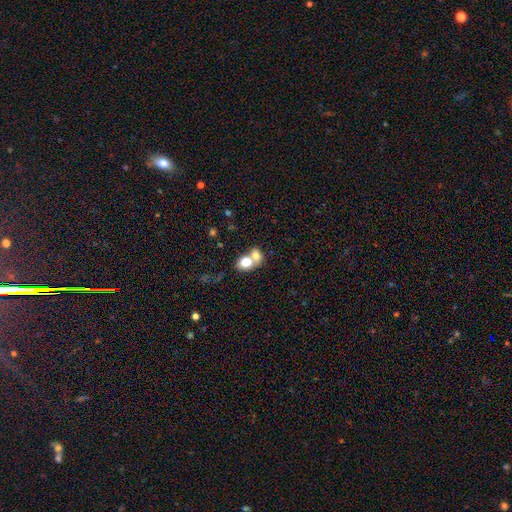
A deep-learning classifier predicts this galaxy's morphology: type=smooth (75%); roundness=in between (58%); merging=merger (69%).